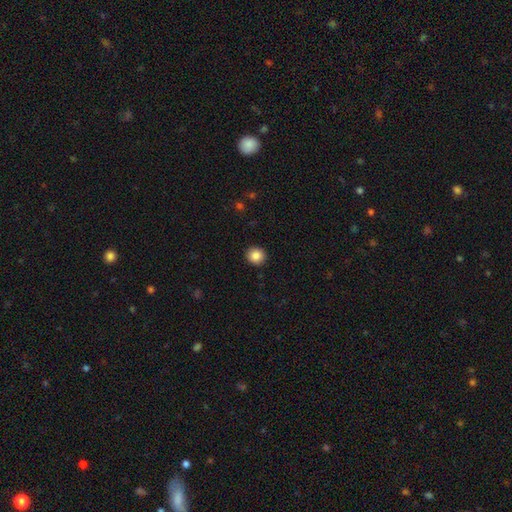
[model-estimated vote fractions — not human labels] smooth_or_featured: smooth (p=0.87) [alt: star or artifact p=0.09]
how_rounded: round (p=0.90) [alt: in between p=0.09]
merging: none (p=0.92) [alt: minor disturbance p=0.05]